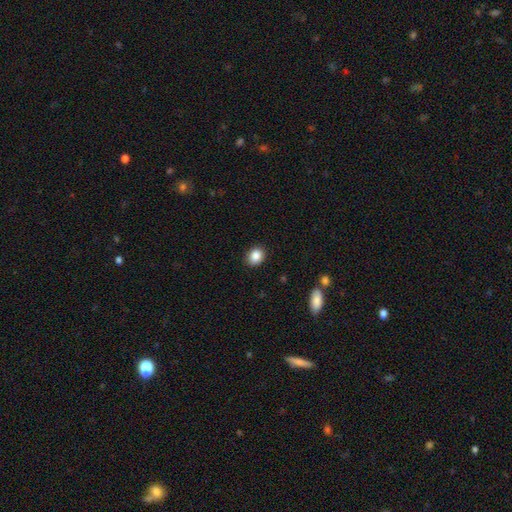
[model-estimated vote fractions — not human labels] Overall: smooth (87%). How rounded: in between (50%, tied with round). Merging: none (89%).